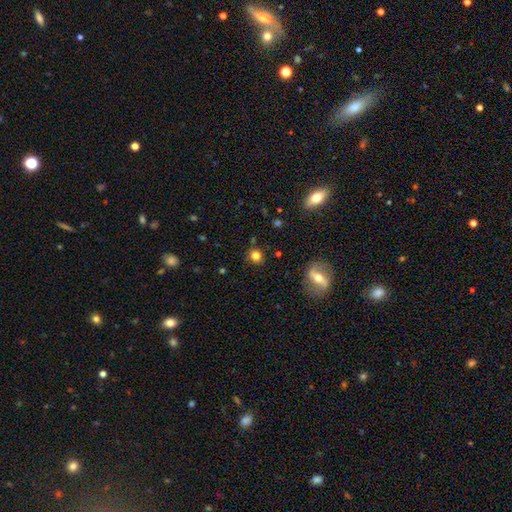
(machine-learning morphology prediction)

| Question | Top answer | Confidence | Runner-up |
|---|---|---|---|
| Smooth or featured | smooth | 78% | star or artifact (14%) |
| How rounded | round | 86% | in between (13%) |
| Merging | none | 86% | minor disturbance (9%) |